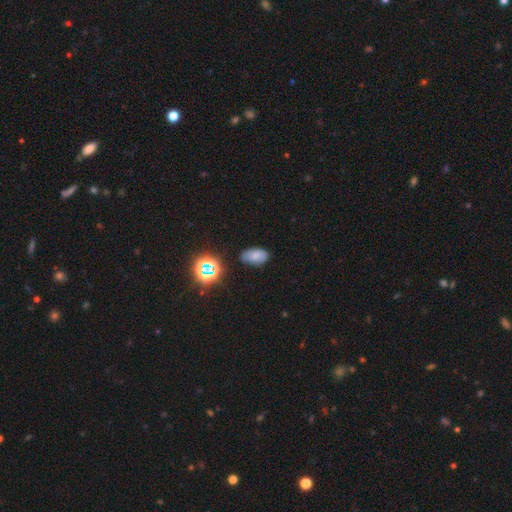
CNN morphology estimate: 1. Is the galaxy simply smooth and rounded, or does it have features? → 71% smooth, 17% star or artifact, 12% featured or disk.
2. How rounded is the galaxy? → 91% in between, 8% round, 2% cigar-shaped.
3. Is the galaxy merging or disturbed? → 76% none, 18% minor disturbance, 4% major disturbance, 2% merger.